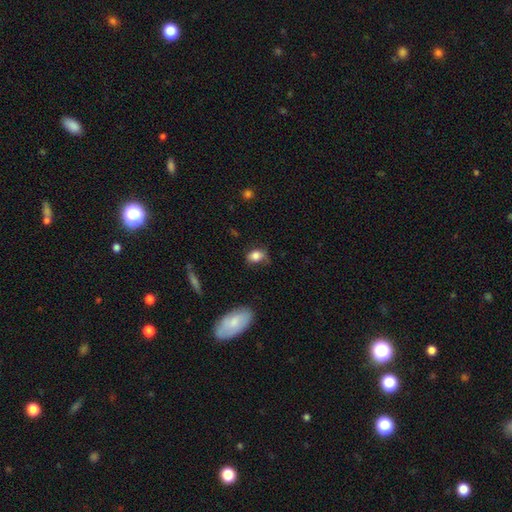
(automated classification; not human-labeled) This appears to be a smooth galaxy with no disk features (80%) that is in between round and cigar-shaped (74%). Merging: none (51%).